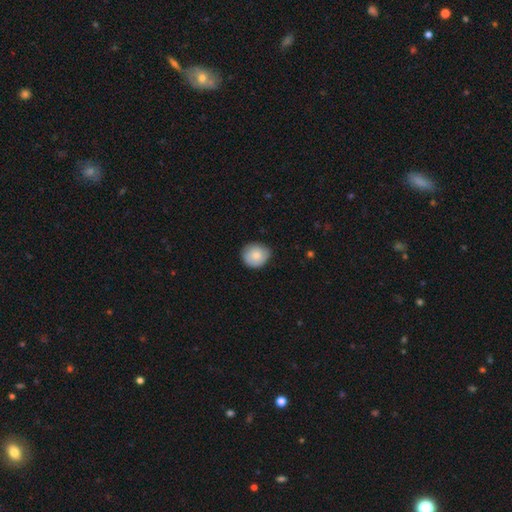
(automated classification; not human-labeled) A smooth galaxy with no disk features (80%) that is round (83%). Merging: none (79%).